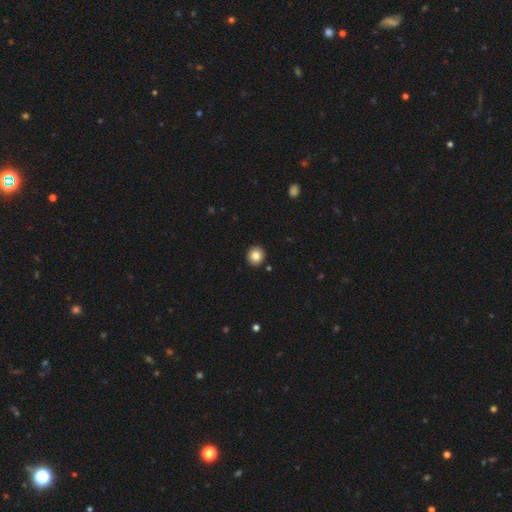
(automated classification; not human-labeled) A smooth galaxy with no disk features (83%) that is round (88%).

Vote fractions:
- Smooth or featured? smooth: 83% / star or artifact: 9% / featured or disk: 7%
- How rounded? round: 88% / in between: 11% / cigar-shaped: 1%
- Merging? none: 92% / minor disturbance: 5% / merger: 1% / major disturbance: 1%